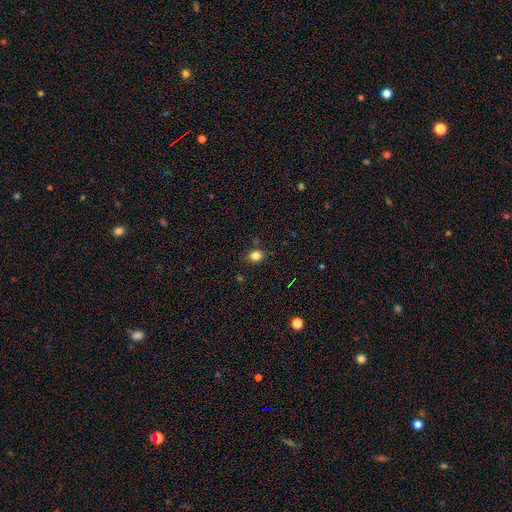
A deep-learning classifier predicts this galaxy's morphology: smooth_or_featured: smooth (p=0.81) [alt: star or artifact p=0.14]
how_rounded: round (p=0.73) [alt: in between p=0.26]
merging: none (p=0.84) [alt: minor disturbance p=0.11]